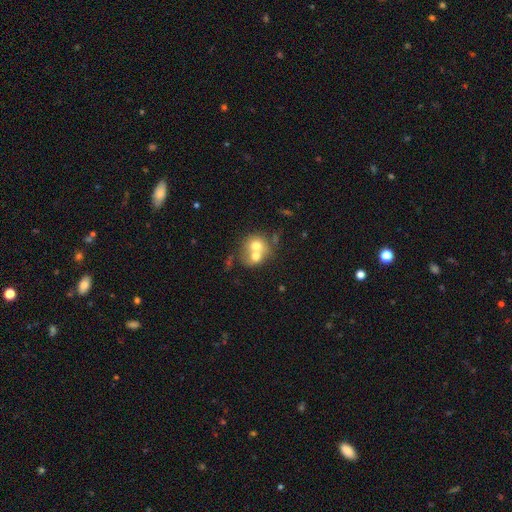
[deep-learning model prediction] Smooth or featured? smooth (64%)
How rounded? round (71%)
Merging? merger (68%)